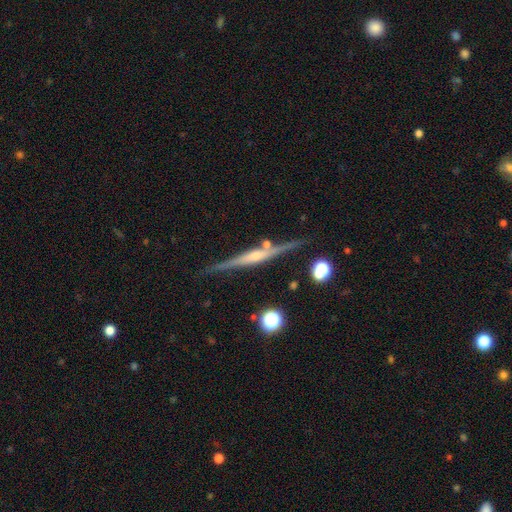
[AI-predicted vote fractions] This appears to be a featured or disk galaxy (78%) viewed edge-on (97%) with a rounded central bulge (68%). Merging: none (82%).